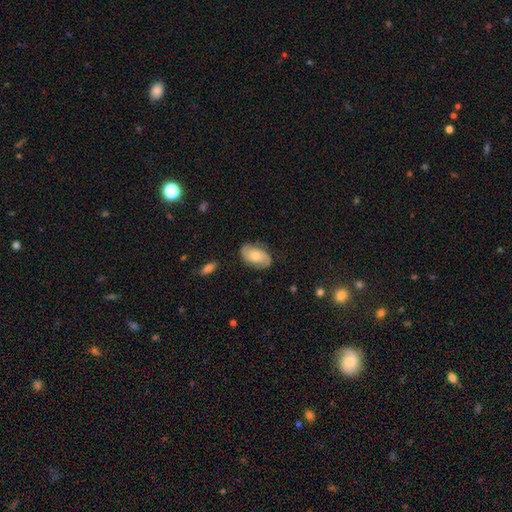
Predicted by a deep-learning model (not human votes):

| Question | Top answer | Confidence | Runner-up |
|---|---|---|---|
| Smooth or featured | featured or disk | 64% | smooth (30%) |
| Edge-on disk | no | 96% | yes (4%) |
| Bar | no | 70% | weak (25%) |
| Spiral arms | yes | 89% | no (11%) |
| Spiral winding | medium | 42% | tight (36%) |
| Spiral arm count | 2 | 85% | can't tell (9%) |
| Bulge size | moderate | 59% | small (33%) |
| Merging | none | 79% | minor disturbance (15%) |